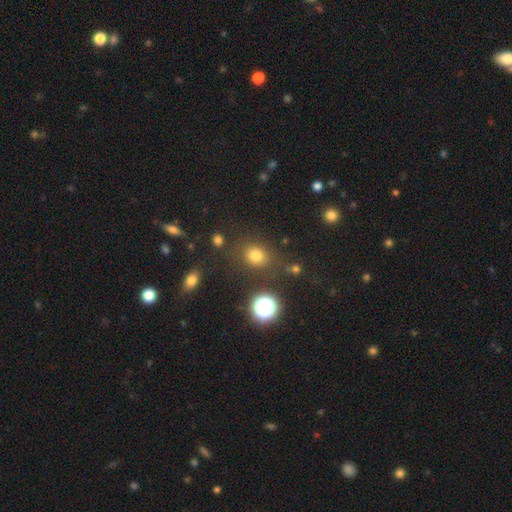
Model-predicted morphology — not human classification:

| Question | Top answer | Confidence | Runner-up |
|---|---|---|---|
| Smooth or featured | smooth | 74% | star or artifact (19%) |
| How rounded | round | 67% | in between (32%) |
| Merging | none | 77% | minor disturbance (12%) |